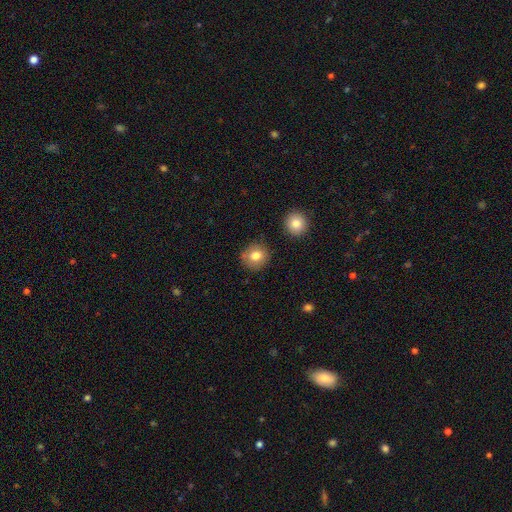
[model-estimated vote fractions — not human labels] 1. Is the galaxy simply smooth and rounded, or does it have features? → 80% smooth, 10% featured or disk, 10% star or artifact.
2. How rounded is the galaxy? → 90% round, 9% in between, 1% cigar-shaped.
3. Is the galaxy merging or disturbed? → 84% none, 10% minor disturbance, 3% merger, 3% major disturbance.